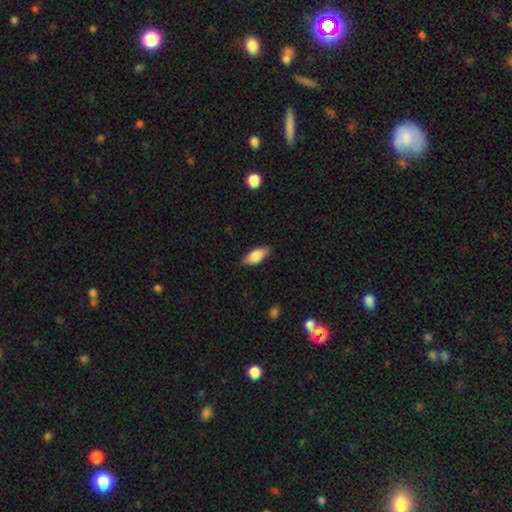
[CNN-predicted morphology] Smooth or featured? smooth (82%)
How rounded? in between (84%)
Merging? none (82%)